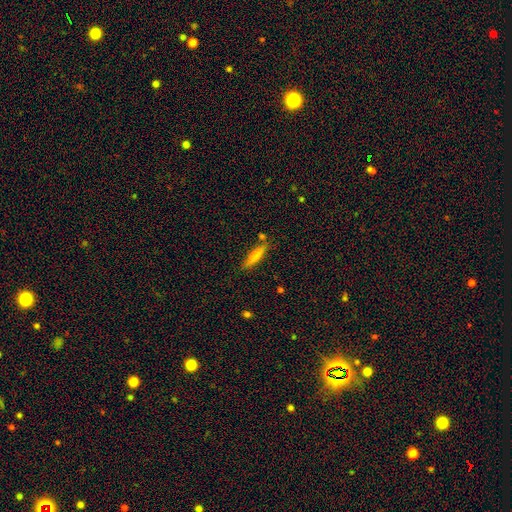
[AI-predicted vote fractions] Smooth or featured?
  - smooth: 74% *
  - featured or disk: 19%
  - star or artifact: 7%
How rounded?
  - cigar-shaped: 83% *
  - in between: 15%
  - round: 2%
Merging?
  - none: 78% *
  - minor disturbance: 12%
  - merger: 6%
  - major disturbance: 3%